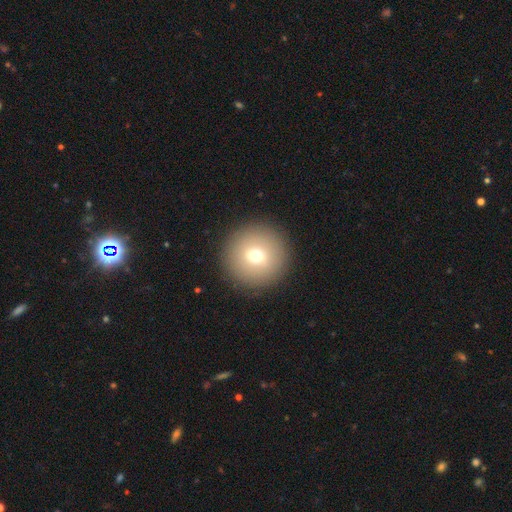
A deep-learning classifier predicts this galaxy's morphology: Smooth or featured? smooth (70%)
How rounded? round (96%)
Merging? none (92%)